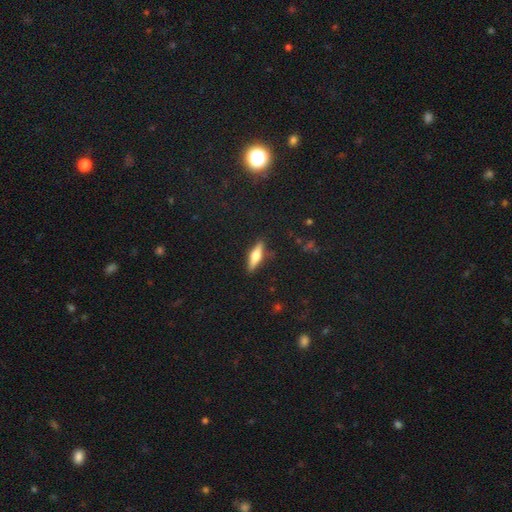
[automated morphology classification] A smooth galaxy with no disk features (47%). Merging: none (88%).